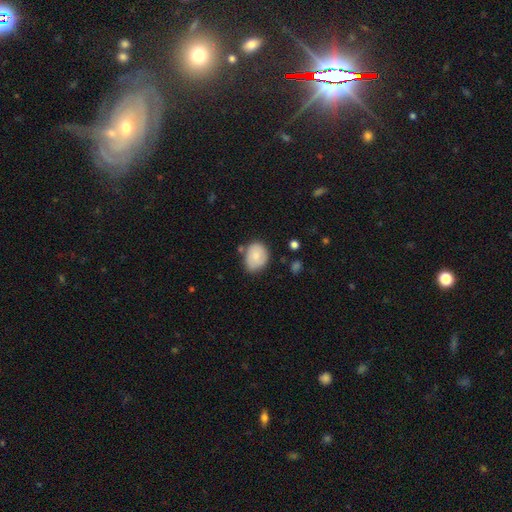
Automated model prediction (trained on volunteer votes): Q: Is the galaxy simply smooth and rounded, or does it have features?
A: smooth — 81%.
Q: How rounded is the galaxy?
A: in between — 60%.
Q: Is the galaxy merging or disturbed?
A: none — 62%.